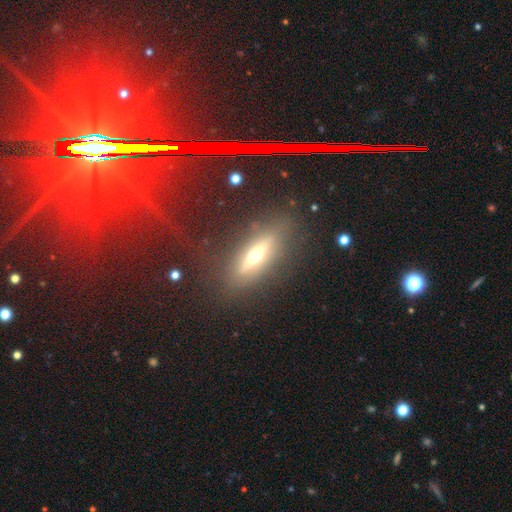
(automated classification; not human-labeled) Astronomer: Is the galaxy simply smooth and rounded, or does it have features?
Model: featured or disk — 41% (runner-up: smooth, 33%).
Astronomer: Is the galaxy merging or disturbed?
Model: none — 83%.